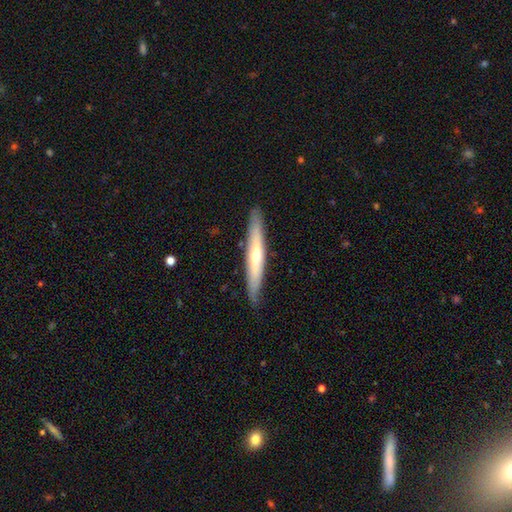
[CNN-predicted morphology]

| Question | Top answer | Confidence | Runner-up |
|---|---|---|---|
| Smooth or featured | featured or disk | 55% | smooth (40%) |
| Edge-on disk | yes | 88% | no (12%) |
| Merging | none | 88% | minor disturbance (9%) |